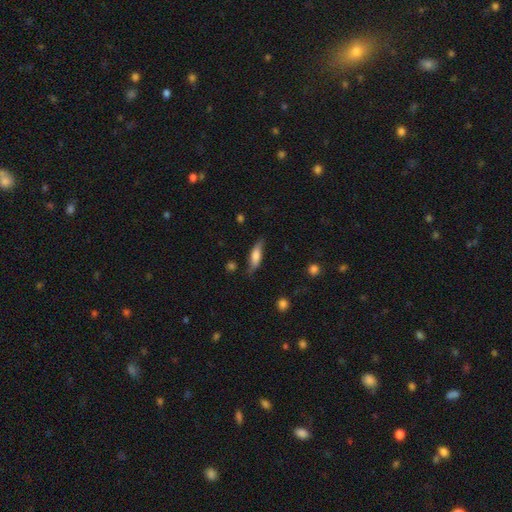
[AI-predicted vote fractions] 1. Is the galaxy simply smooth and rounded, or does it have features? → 67% smooth, 27% featured or disk, 6% star or artifact.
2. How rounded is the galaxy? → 57% cigar-shaped, 40% in between, 2% round.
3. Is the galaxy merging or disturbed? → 76% none, 19% minor disturbance, 4% major disturbance, 2% merger.